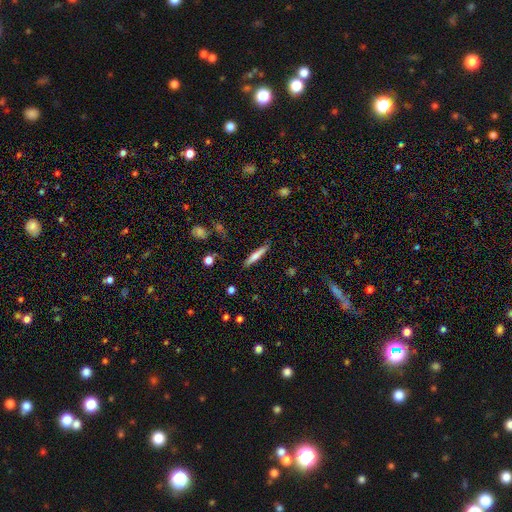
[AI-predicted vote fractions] Morphology: type=smooth (63%); roundness=cigar-shaped (91%); merging=none (85%).